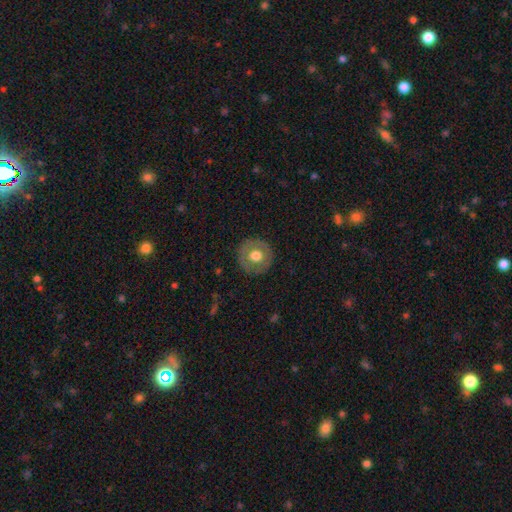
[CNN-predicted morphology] The model was most divided on "smooth or featured": smooth: 59%, featured or disk: 34%, star or artifact: 7%. More confident: how rounded — round (94%); merging — none (88%).